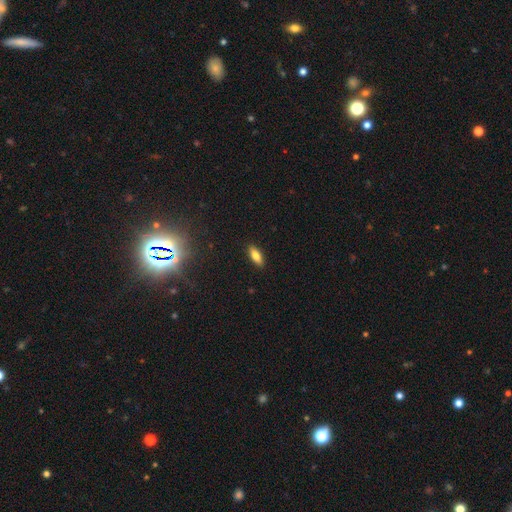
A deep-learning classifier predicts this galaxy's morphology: A smooth galaxy with no disk features (76%) that is in between round and cigar-shaped (70%).

Vote fractions:
- Smooth or featured? smooth: 76% / featured or disk: 16% / star or artifact: 8%
- How rounded? in between: 70% / cigar-shaped: 27% / round: 3%
- Merging? none: 89% / minor disturbance: 8% / major disturbance: 2% / merger: 1%